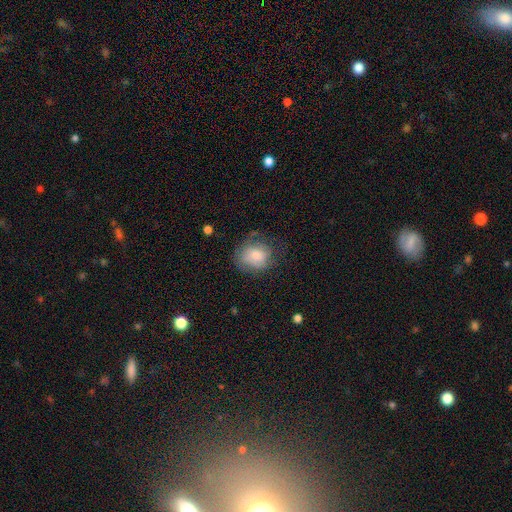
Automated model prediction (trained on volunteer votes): Overall: smooth (75%). How rounded: round (67%; in between 32%). Merging: none (56%; minor disturbance 27%).